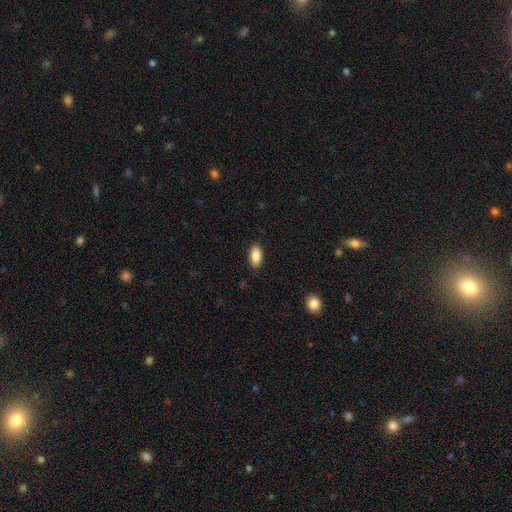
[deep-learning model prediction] The model was most divided on "merging": none: 89%, minor disturbance: 8%, major disturbance: 2%, merger: 1%. More confident: how rounded — in between (91%); smooth or featured — smooth (88%).